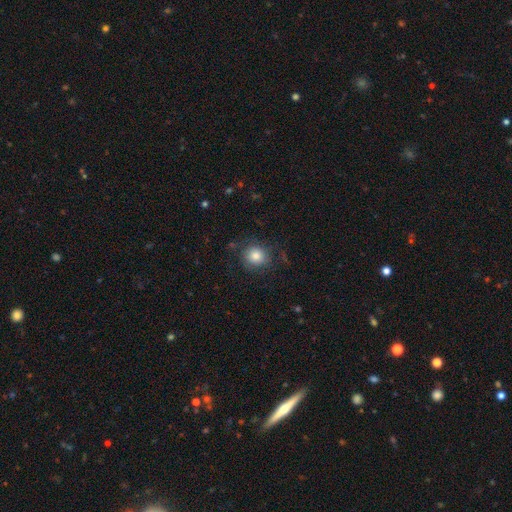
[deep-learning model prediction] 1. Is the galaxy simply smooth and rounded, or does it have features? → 81% smooth, 10% star or artifact, 9% featured or disk.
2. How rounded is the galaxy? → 87% round, 12% in between, 1% cigar-shaped.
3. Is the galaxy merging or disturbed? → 79% none, 14% minor disturbance, 6% major disturbance, 1% merger.